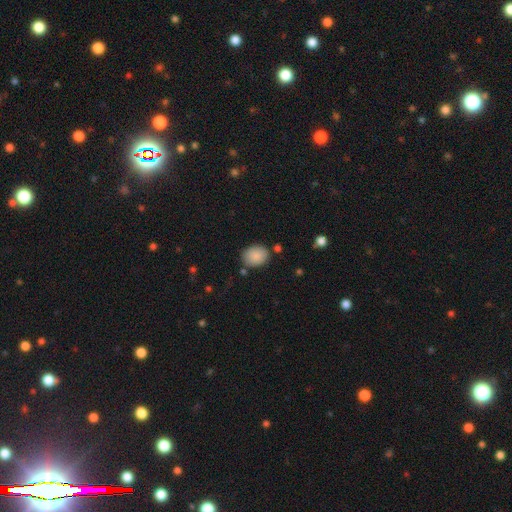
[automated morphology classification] smooth 88%, star or artifact 7%, featured or disk 5%. Down the decision tree: how rounded — in between (59%); merging — none (79%).